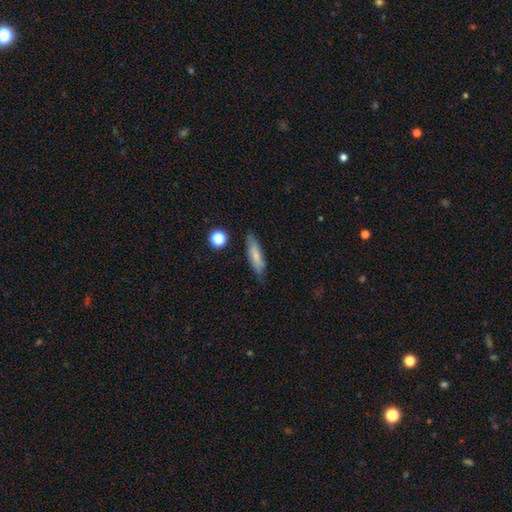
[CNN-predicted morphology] The model was most divided on "how rounded": cigar-shaped: 59%, in between: 39%, round: 2%. More confident: merging — none (76%); smooth or featured — smooth (74%).